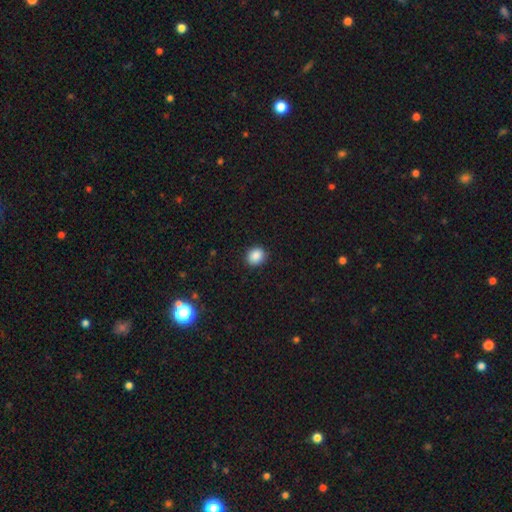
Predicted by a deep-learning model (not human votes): Q: Smooth or featured?
A: smooth (88%); runner-up: star or artifact (9%)
Q: How rounded?
A: round (66%); runner-up: in between (33%)
Q: Merging?
A: none (90%); runner-up: minor disturbance (7%)